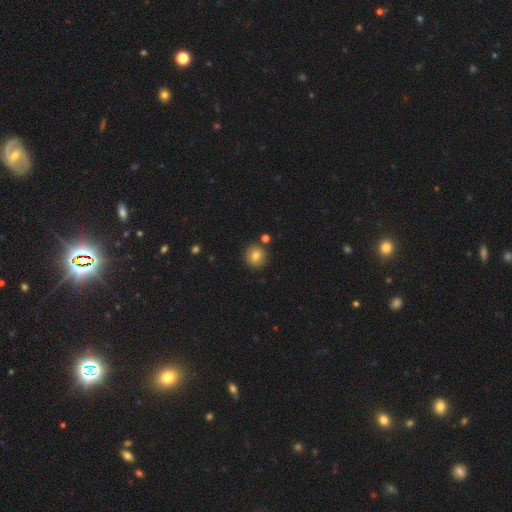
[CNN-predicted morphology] Smooth or featured: smooth — 79% (star or artifact — 11%)
How rounded: round — 93% (in between — 6%)
Merging: none — 85% (minor disturbance — 7%)